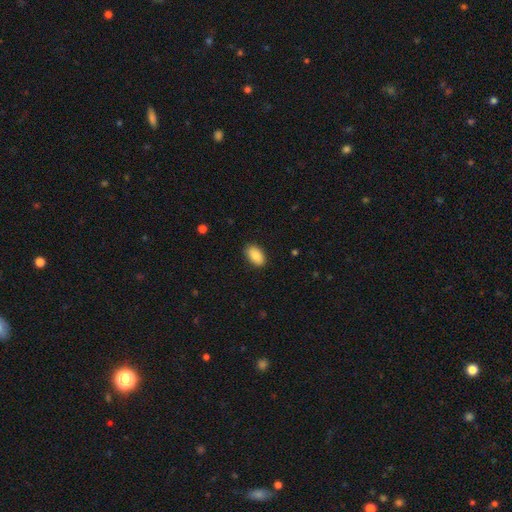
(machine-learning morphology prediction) smooth-or-featured: smooth: 87% | star or artifact: 7% | featured or disk: 6%
  how-rounded: in between: 92% | round: 6% | cigar-shaped: 2%
  merging: none: 86% | minor disturbance: 11% | major disturbance: 2% | merger: 1%